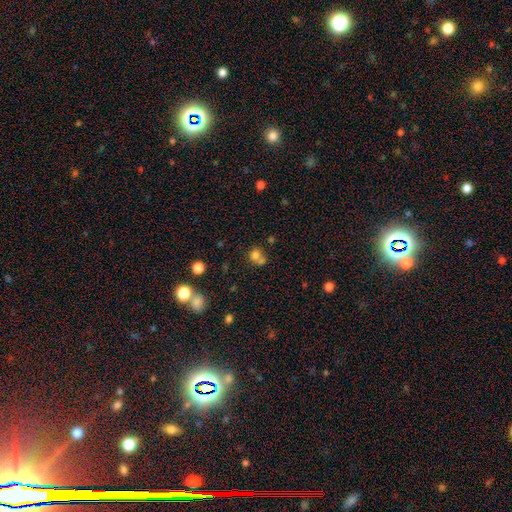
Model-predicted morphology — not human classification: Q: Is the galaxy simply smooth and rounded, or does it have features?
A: smooth — 75%.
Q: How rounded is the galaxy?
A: round — 79%.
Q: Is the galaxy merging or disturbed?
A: none — 43%, tied with merger.